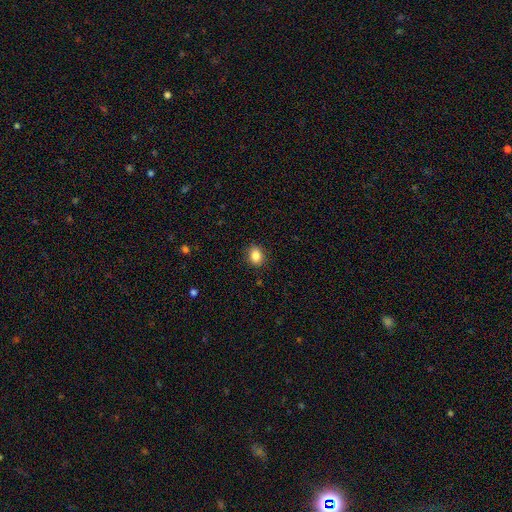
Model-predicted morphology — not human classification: Smooth or featured?
  - smooth: 85% *
  - star or artifact: 10%
  - featured or disk: 5%
How rounded?
  - round: 52% *
  - in between: 47%
  - cigar-shaped: 1%
Merging?
  - none: 87% *
  - minor disturbance: 10%
  - major disturbance: 2%
  - merger: 1%